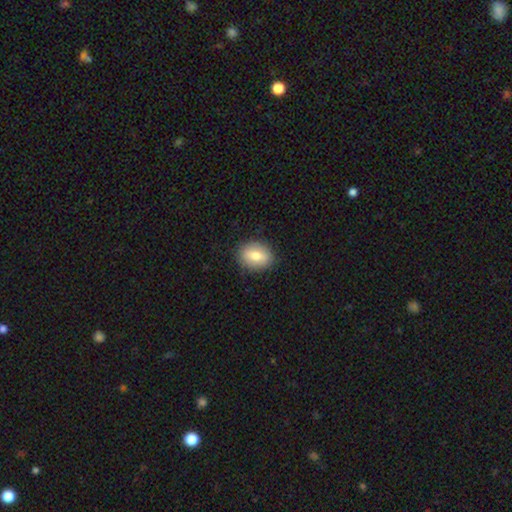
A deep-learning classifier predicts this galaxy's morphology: smooth_or_featured: smooth (p=0.73) [alt: featured or disk p=0.19]
how_rounded: in between (p=0.62) [alt: round p=0.36]
merging: none (p=0.87) [alt: minor disturbance p=0.10]